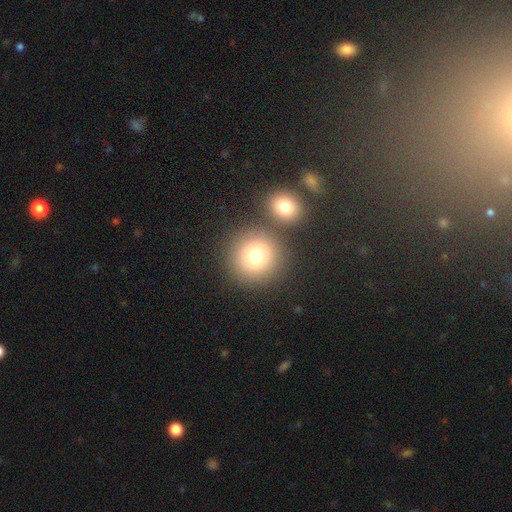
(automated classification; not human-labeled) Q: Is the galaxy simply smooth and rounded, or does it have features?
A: smooth — 76%.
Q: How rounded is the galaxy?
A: round — 92%.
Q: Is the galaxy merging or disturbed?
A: none — 72%.